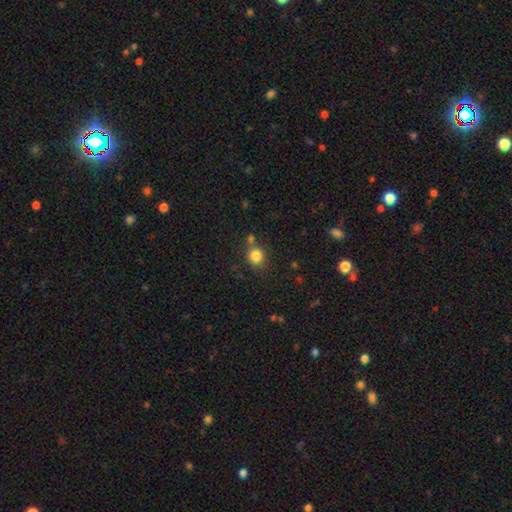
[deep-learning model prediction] The model was most divided on "merging": none: 72%, merger: 14%, minor disturbance: 11%, major disturbance: 3%. More confident: how rounded — round (85%); smooth or featured — smooth (83%).